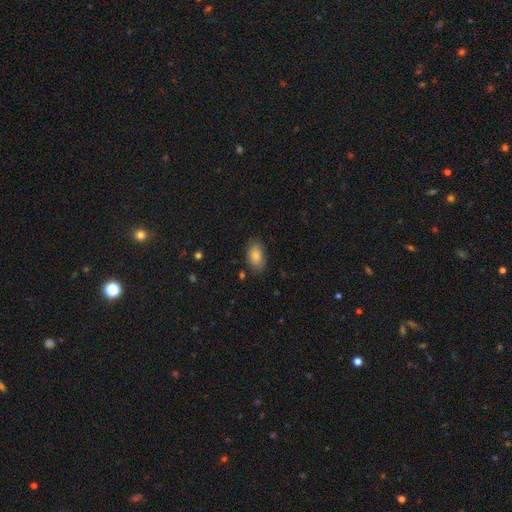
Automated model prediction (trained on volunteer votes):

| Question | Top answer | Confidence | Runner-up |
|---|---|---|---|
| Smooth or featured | smooth | 82% | featured or disk (11%) |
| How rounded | in between | 92% | round (6%) |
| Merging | none | 78% | minor disturbance (16%) |